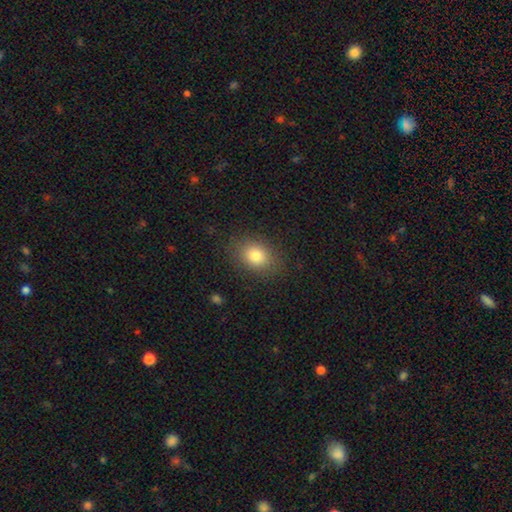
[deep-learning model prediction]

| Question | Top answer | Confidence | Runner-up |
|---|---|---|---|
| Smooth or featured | smooth | 81% | star or artifact (10%) |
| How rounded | in between | 65% | round (34%) |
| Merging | none | 85% | minor disturbance (10%) |